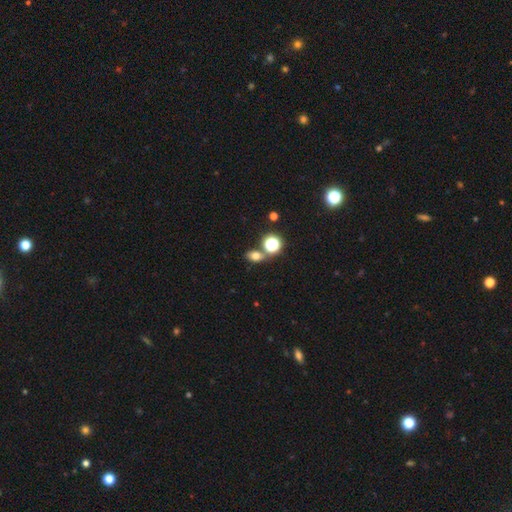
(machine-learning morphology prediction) Smooth or featured?
  - smooth: 69% *
  - star or artifact: 21%
  - featured or disk: 10%
How rounded?
  - in between: 65% *
  - round: 32%
  - cigar-shaped: 2%
Merging?
  - none: 68% *
  - merger: 18%
  - minor disturbance: 11%
  - major disturbance: 4%